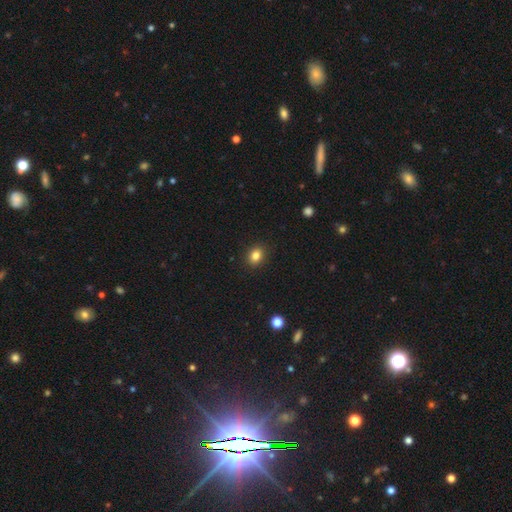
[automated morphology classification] This appears to be a smooth galaxy with no disk features (84%) that is in between round and cigar-shaped (53%). Merging: none (90%).